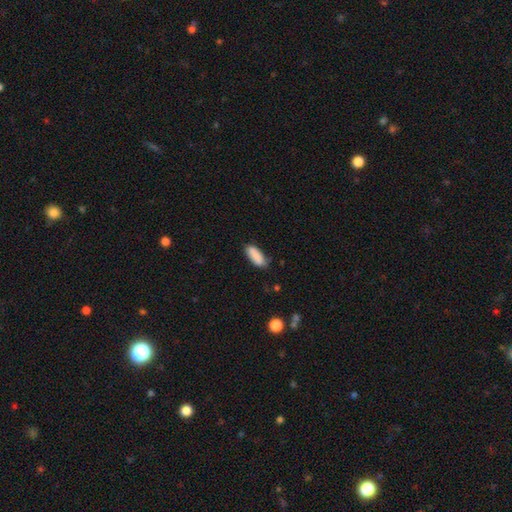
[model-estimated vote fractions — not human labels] smooth_or_featured: smooth (p=0.87) [alt: star or artifact p=0.07]
how_rounded: in between (p=0.76) [alt: cigar-shaped p=0.22]
merging: none (p=0.75) [alt: minor disturbance p=0.19]